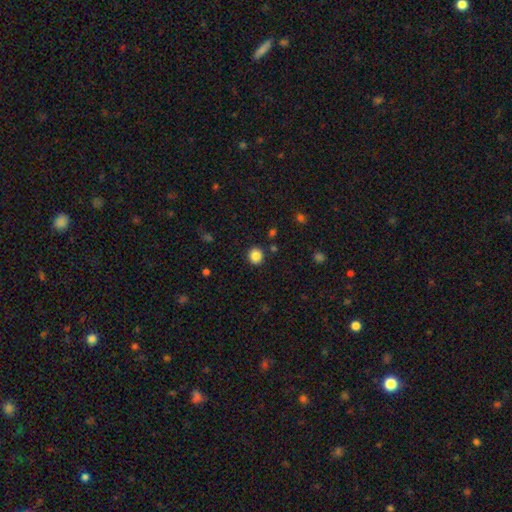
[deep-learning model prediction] Morphology: type=smooth (85%); roundness=round (89%); merging=none (90%).